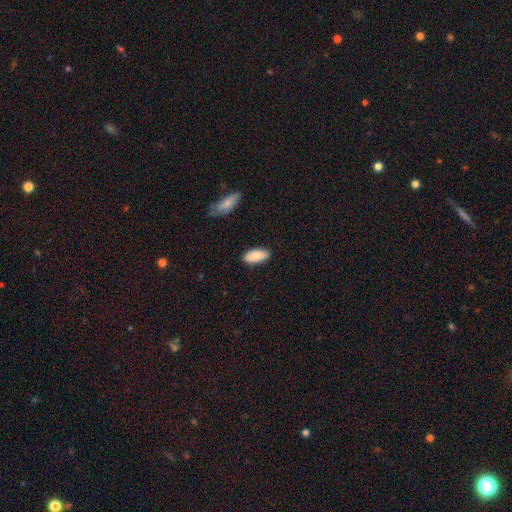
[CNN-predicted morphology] Q: Smooth or featured?
A: smooth (86%); runner-up: featured or disk (9%)
Q: How rounded?
A: in between (87%); runner-up: cigar-shaped (11%)
Q: Merging?
A: none (86%); runner-up: minor disturbance (10%)